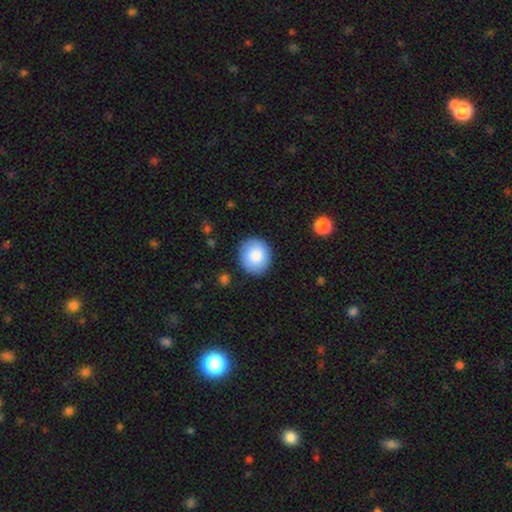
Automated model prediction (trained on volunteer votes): Overall: smooth (86%). How rounded: round (82%). Merging: none (88%).